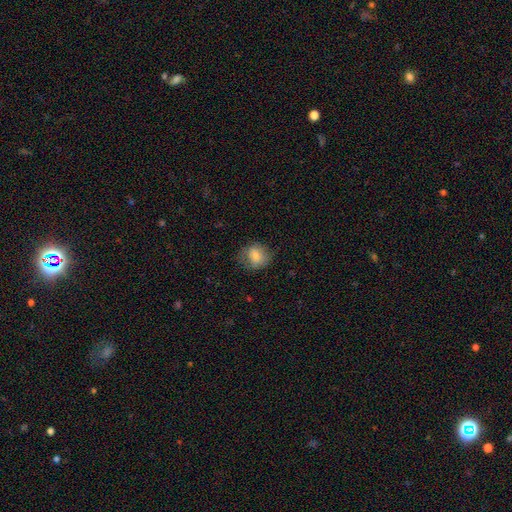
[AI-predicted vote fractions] This appears to be a smooth galaxy with no disk features (76%) that is round (70%). Merging: none (70%).